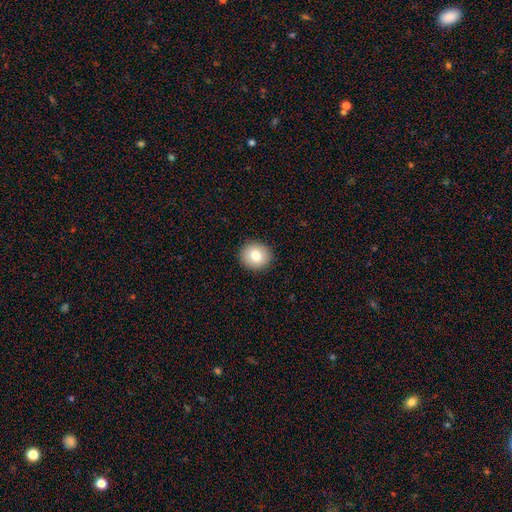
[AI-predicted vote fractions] smooth_or_featured: smooth (p=0.80) [alt: featured or disk p=0.11]
how_rounded: round (p=0.88) [alt: in between p=0.11]
merging: none (p=0.92) [alt: minor disturbance p=0.06]